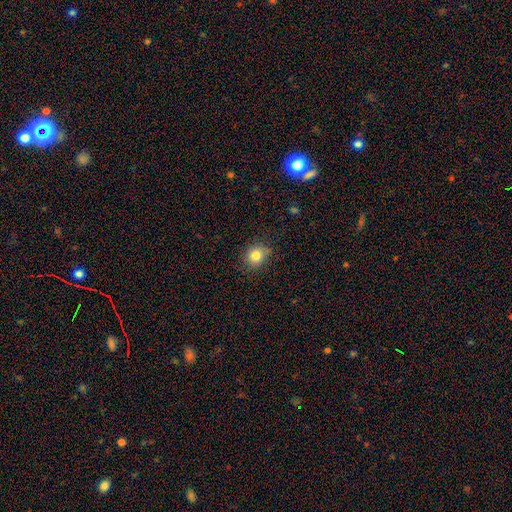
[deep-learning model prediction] smooth_or_featured: smooth (p=0.82) [alt: star or artifact p=0.11]
how_rounded: round (p=0.81) [alt: in between p=0.18]
merging: none (p=0.81) [alt: minor disturbance p=0.14]